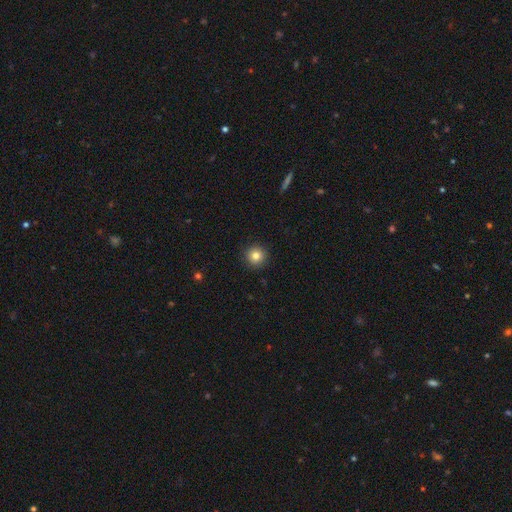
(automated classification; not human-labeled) Smooth or featured?
  - smooth: 82% *
  - star or artifact: 11%
  - featured or disk: 7%
How rounded?
  - round: 95% *
  - in between: 4%
  - cigar-shaped: 1%
Merging?
  - none: 92% *
  - minor disturbance: 5%
  - major disturbance: 2%
  - merger: 1%